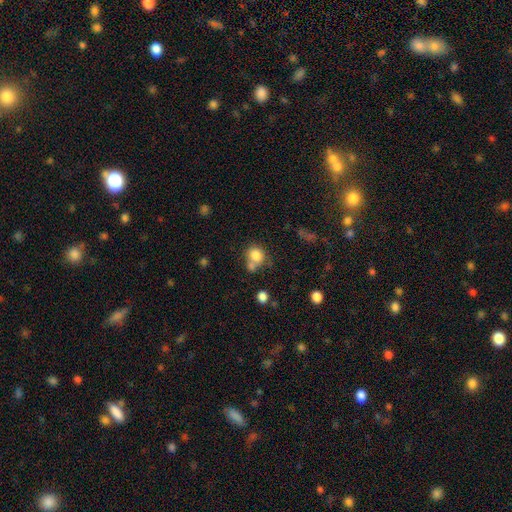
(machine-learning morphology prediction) A smooth galaxy with no disk features (81%) that is round (72%).

Vote fractions:
- Smooth or featured? smooth: 81% / star or artifact: 10% / featured or disk: 9%
- How rounded? round: 72% / in between: 27% / cigar-shaped: 1%
- Merging? none: 47% / merger: 33% / minor disturbance: 14% / major disturbance: 6%